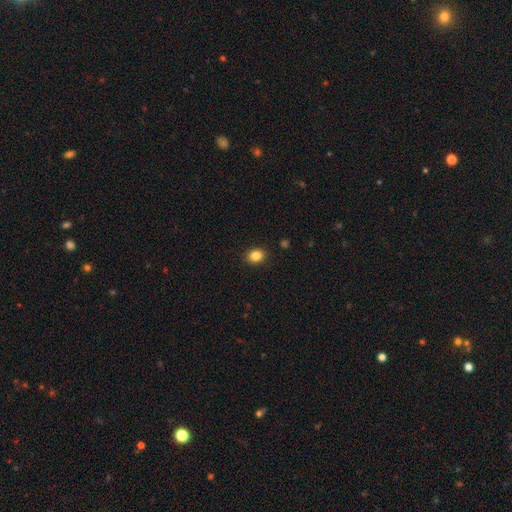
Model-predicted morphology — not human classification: This is clearly a smooth galaxy (85%). How rounded: possibly round (54%). Merging: clearly none (90%).